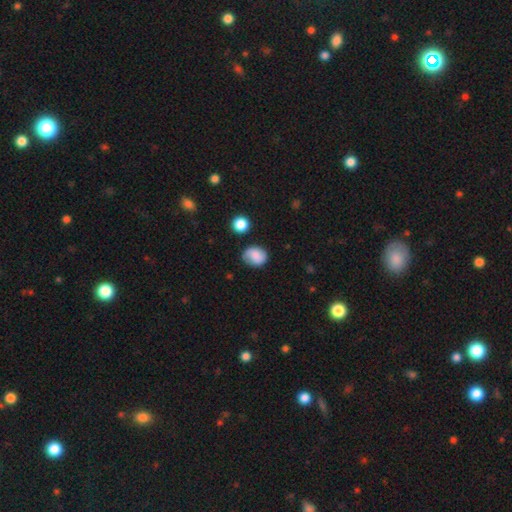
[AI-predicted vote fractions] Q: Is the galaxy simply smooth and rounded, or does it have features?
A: smooth — 75%.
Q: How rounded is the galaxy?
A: round — 57%.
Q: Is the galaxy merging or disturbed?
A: none — 69%.